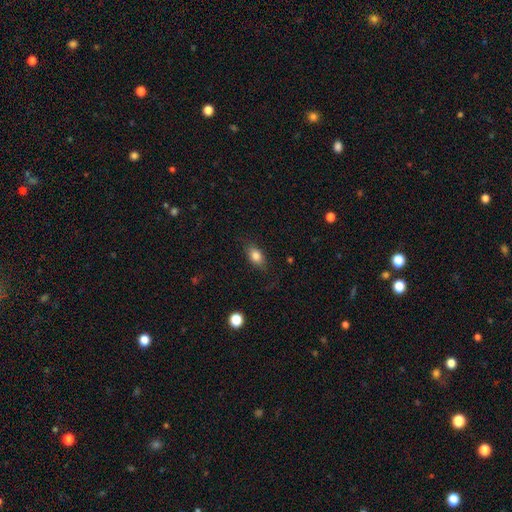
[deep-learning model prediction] Smooth or featured: smooth — 80% (featured or disk — 12%)
How rounded: in between — 81% (round — 13%)
Merging: none — 77% (minor disturbance — 17%)